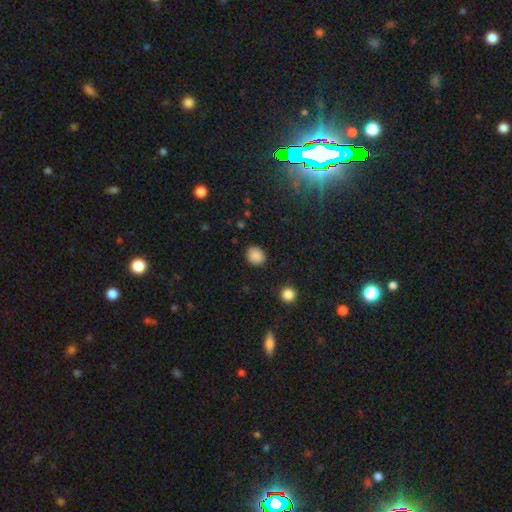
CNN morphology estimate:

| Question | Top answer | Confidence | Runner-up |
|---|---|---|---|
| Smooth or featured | smooth | 87% | star or artifact (10%) |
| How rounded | round | 70% | in between (29%) |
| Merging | none | 86% | minor disturbance (10%) |